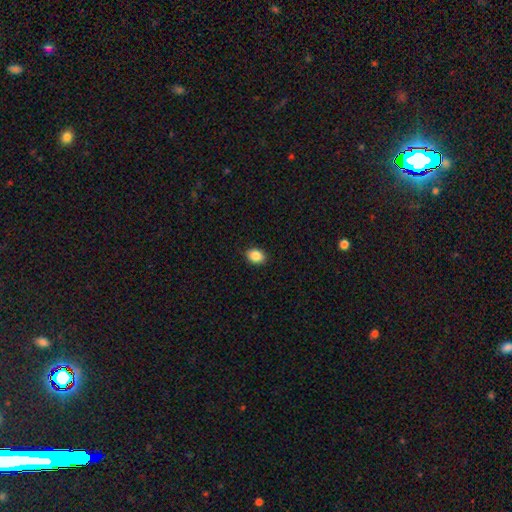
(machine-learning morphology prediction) Smooth or featured? smooth (88%)
How rounded? in between (69%)
Merging? none (90%)